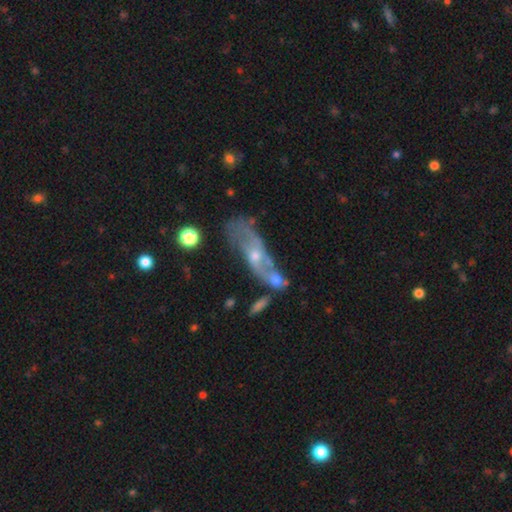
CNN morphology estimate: smooth_or_featured: featured or disk (p=0.68) [alt: smooth p=0.24]
disk_edge_on: no (p=0.79) [alt: yes p=0.21]
bar: no (p=0.68) [alt: weak p=0.26]
has_spiral_arms: yes (p=0.63) [alt: no p=0.37]
bulge_size: small (p=0.51) [alt: moderate p=0.42]
merging: none (p=0.32) [alt: merger p=0.31]